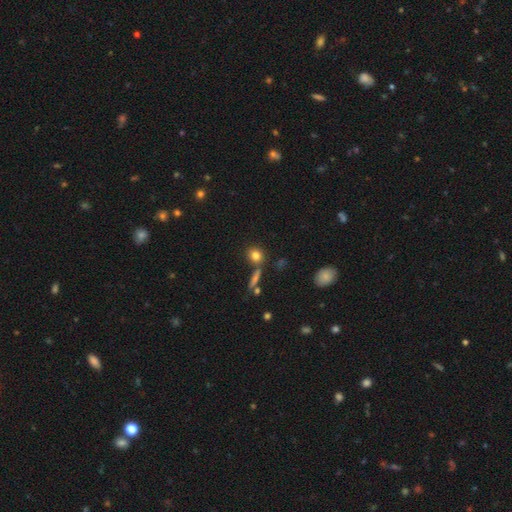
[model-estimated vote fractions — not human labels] Smooth or featured: smooth — 81% (star or artifact — 11%)
How rounded: round — 77% (in between — 18%)
Merging: none — 74% (merger — 12%)